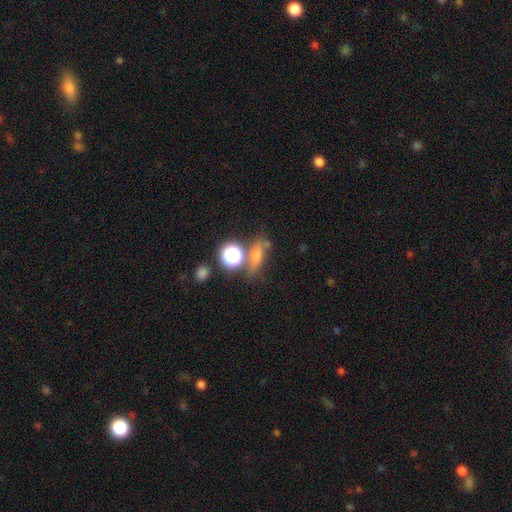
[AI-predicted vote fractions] The model was most divided on "smooth or featured": smooth: 45%, featured or disk: 29%, star or artifact: 26%. More confident: merging — none (61%).